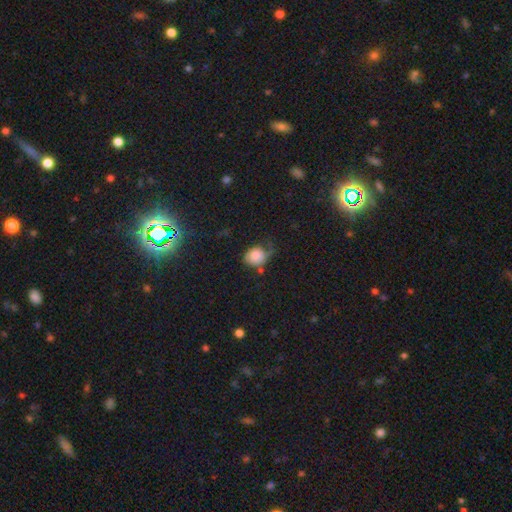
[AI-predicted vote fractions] smooth 75%, featured or disk 15%, star or artifact 10%. Down the decision tree: how rounded — round (58%); merging — none (39%).